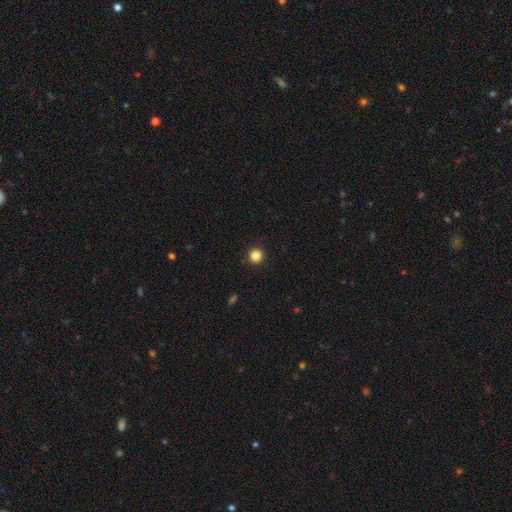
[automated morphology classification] A smooth galaxy with no disk features (85%) that is round (95%).

Vote fractions:
- Smooth or featured? smooth: 85% / star or artifact: 11% / featured or disk: 4%
- How rounded? round: 95% / in between: 4% / cigar-shaped: 1%
- Merging? none: 91% / minor disturbance: 6% / major disturbance: 2% / merger: 1%